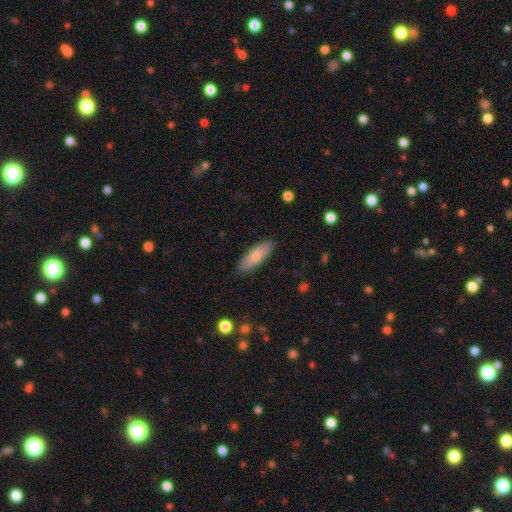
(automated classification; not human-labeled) smooth-or-featured: smooth: 78% | featured or disk: 17% | star or artifact: 6%
  how-rounded: in between: 56% | cigar-shaped: 42% | round: 2%
  merging: none: 87% | minor disturbance: 10% | major disturbance: 2% | merger: 1%